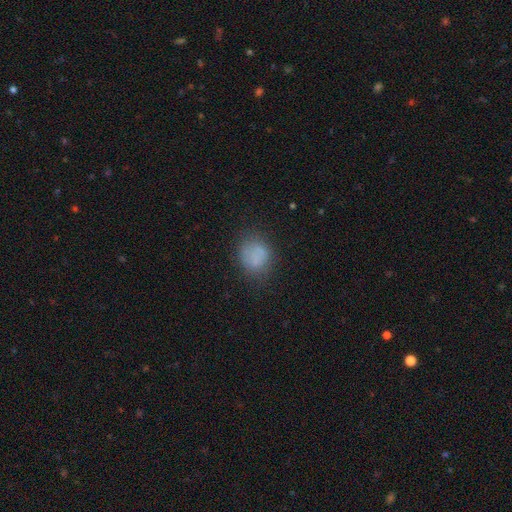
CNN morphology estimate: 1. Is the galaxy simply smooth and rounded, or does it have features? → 76% smooth, 12% featured or disk, 12% star or artifact.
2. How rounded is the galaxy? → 69% round, 30% in between, 1% cigar-shaped.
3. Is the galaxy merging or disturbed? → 69% none, 20% minor disturbance, 8% major disturbance, 3% merger.